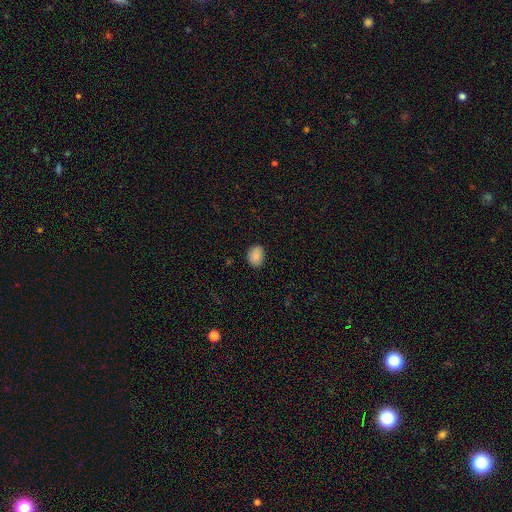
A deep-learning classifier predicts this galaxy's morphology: The model was most divided on "how rounded": in between: 66%, round: 33%, cigar-shaped: 1%. More confident: smooth or featured — smooth (85%); merging — none (83%).